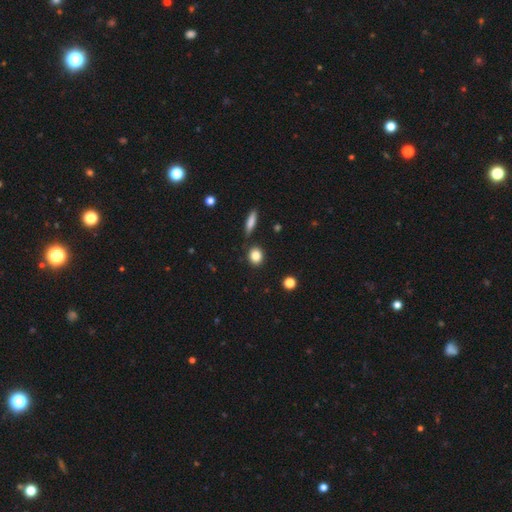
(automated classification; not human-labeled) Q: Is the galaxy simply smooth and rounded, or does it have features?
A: smooth — 84%.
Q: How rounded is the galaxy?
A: round — 66%.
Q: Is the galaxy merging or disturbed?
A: none — 85%.